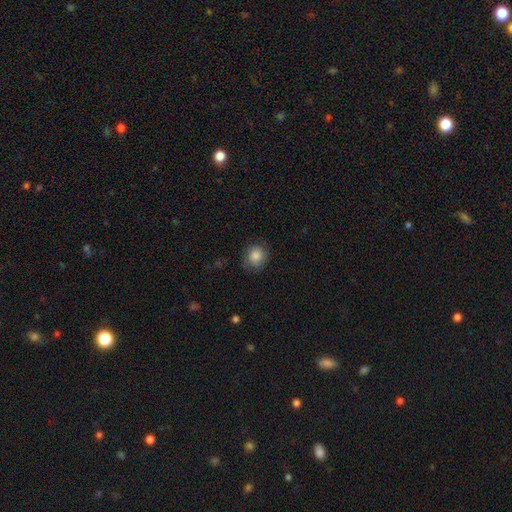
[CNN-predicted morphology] Smooth or featured?
  - smooth: 79% *
  - featured or disk: 12%
  - star or artifact: 8%
How rounded?
  - round: 81% *
  - in between: 18%
  - cigar-shaped: 1%
Merging?
  - none: 76% *
  - minor disturbance: 17%
  - major disturbance: 5%
  - merger: 1%